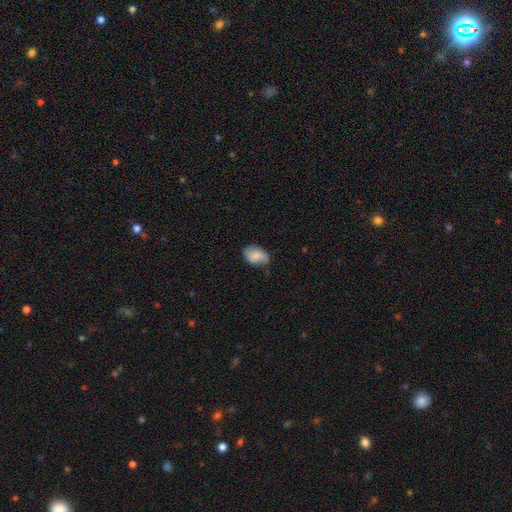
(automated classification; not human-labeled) Smooth or featured: smooth — 73% (featured or disk — 19%)
How rounded: in between — 84% (round — 14%)
Merging: none — 53% (minor disturbance — 35%)